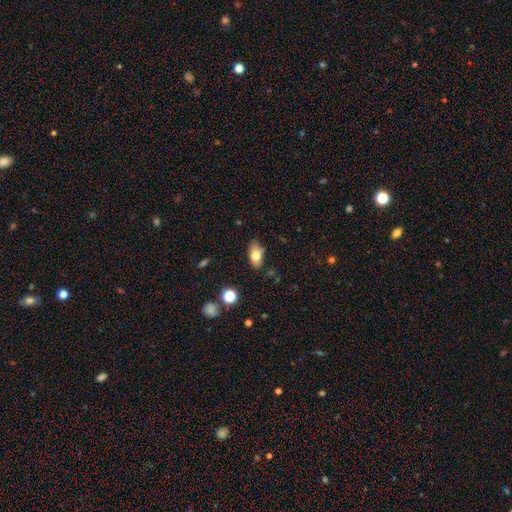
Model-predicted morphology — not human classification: Overall: smooth (76%). How rounded: in between (89%). Merging: none (78%).